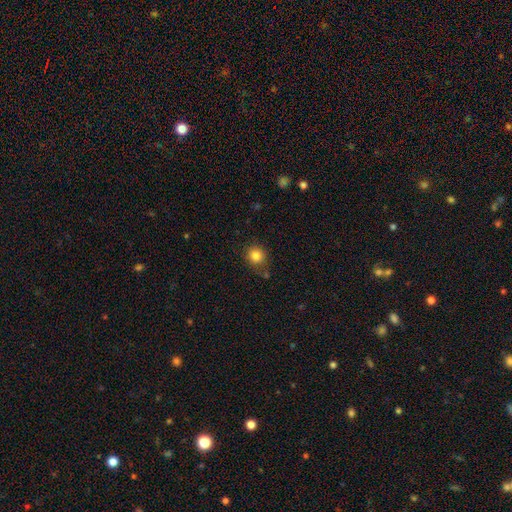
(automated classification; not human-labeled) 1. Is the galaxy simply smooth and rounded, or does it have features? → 83% smooth, 11% star or artifact, 6% featured or disk.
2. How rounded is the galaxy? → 90% round, 9% in between, 1% cigar-shaped.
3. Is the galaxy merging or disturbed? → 80% none, 13% minor disturbance, 4% merger, 3% major disturbance.